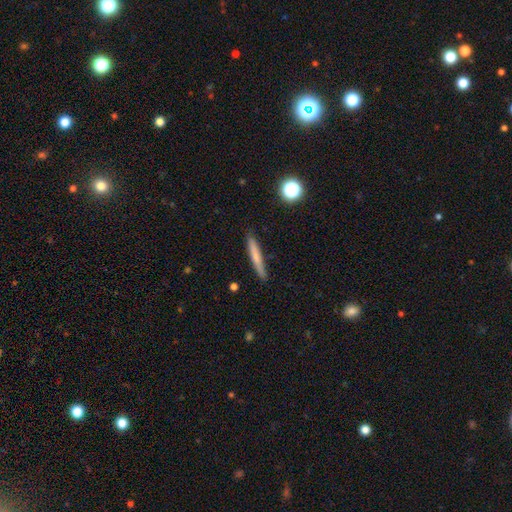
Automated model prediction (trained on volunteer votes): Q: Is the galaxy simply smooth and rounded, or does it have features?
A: smooth — 69%.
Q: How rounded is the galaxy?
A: cigar-shaped — 95%.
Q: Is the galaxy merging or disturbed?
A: none — 88%.